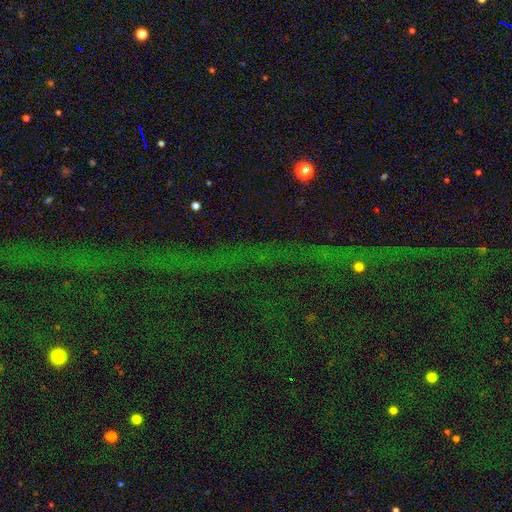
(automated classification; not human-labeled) This appears to be a star or artifact, not a galaxy (82%).